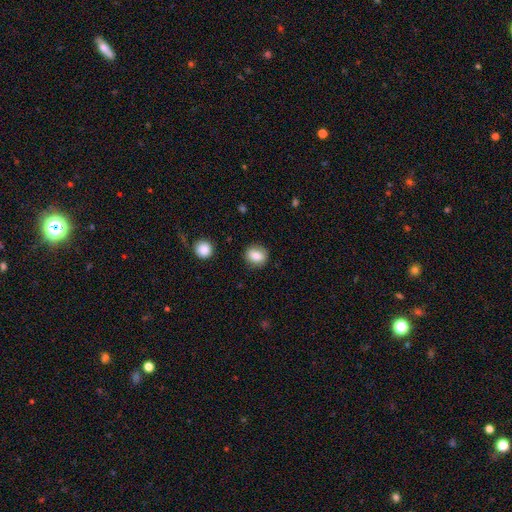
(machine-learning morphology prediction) Smooth or featured: smooth — 82% (featured or disk — 9%)
How rounded: round — 70% (in between — 29%)
Merging: none — 86% (minor disturbance — 10%)